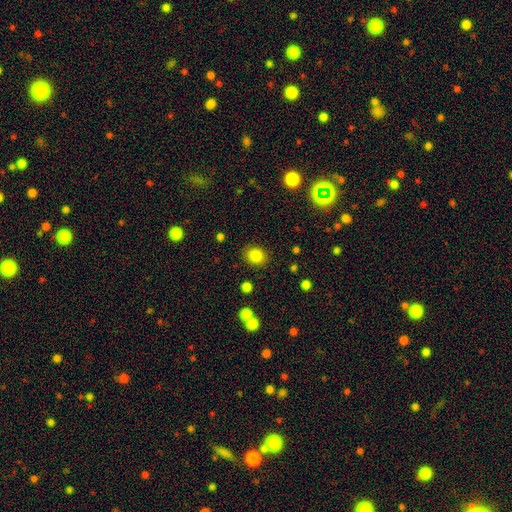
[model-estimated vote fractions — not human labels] A smooth galaxy with no disk features (83%) that is round (68%).

Vote fractions:
- Smooth or featured? smooth: 83% / star or artifact: 11% / featured or disk: 5%
- How rounded? round: 68% / in between: 31% / cigar-shaped: 1%
- Merging? none: 87% / minor disturbance: 8% / major disturbance: 3% / merger: 2%